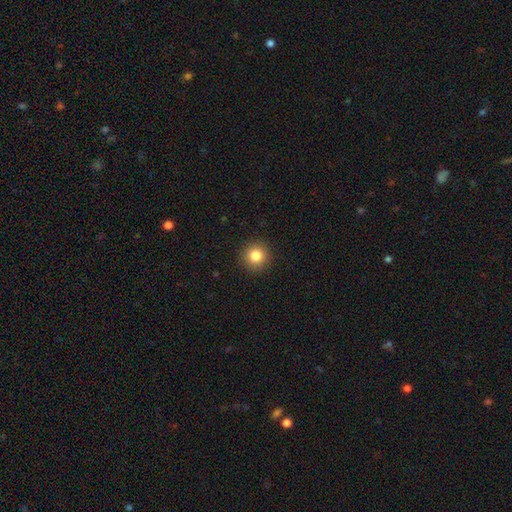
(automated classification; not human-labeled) A smooth galaxy with no disk features (84%) that is round (94%).

Vote fractions:
- Smooth or featured? smooth: 84% / star or artifact: 11% / featured or disk: 5%
- How rounded? round: 94% / in between: 5% / cigar-shaped: 1%
- Merging? none: 92% / minor disturbance: 5% / major disturbance: 2% / merger: 1%